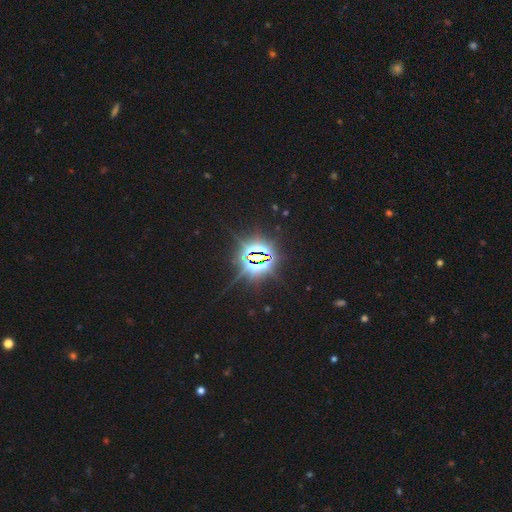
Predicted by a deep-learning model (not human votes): Q: Smooth or featured?
A: star or artifact (86%); runner-up: featured or disk (7%)